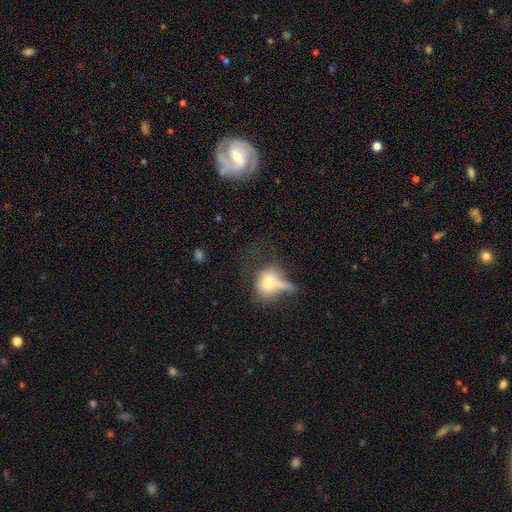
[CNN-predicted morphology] type=featured or disk (42%); merging=none (36%).